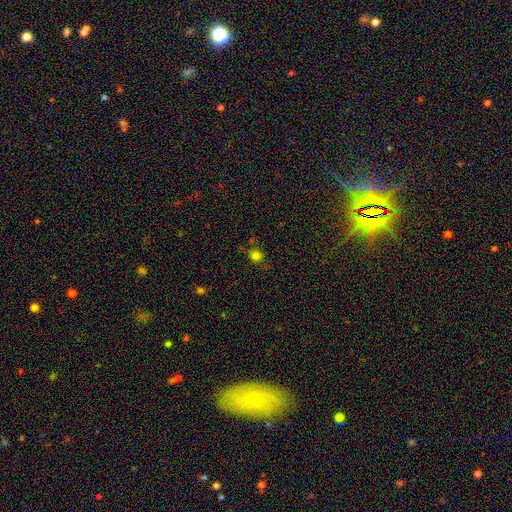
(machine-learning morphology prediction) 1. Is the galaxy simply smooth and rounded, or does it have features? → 76% smooth, 20% star or artifact, 5% featured or disk.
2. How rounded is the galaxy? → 90% round, 9% in between, 1% cigar-shaped.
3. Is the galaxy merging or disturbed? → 75% none, 13% minor disturbance, 7% merger, 4% major disturbance.